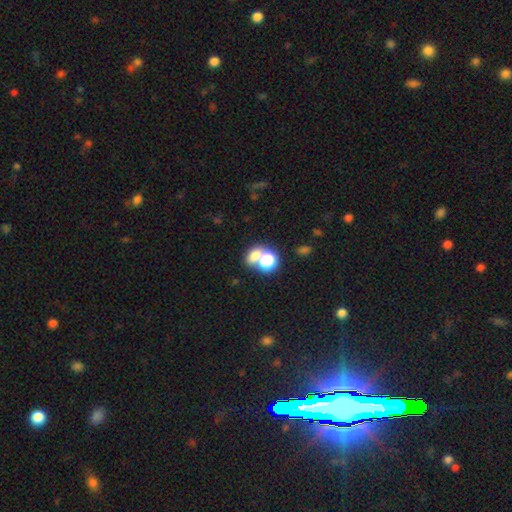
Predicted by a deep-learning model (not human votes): Smooth or featured? Predicted: smooth (p=0.70). How rounded? Predicted: round (p=0.52). Merging? Predicted: merger (p=0.53).